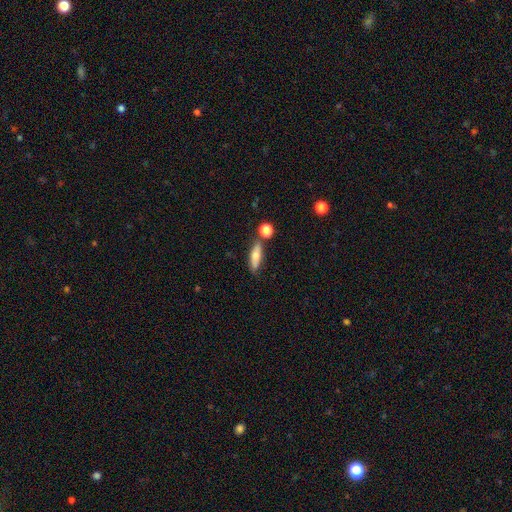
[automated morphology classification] Smooth or featured? Predicted: smooth (p=0.64). How rounded? Predicted: cigar-shaped (p=0.54). Merging? Predicted: none (p=0.74).